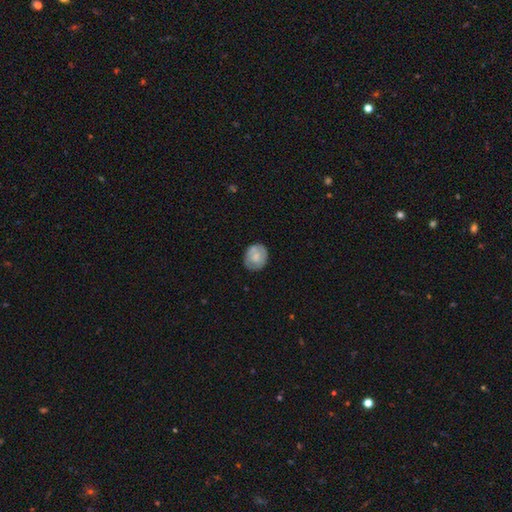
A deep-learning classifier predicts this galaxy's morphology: smooth_or_featured: smooth (p=0.59) [alt: featured or disk p=0.34]
how_rounded: round (p=0.72) [alt: in between p=0.27]
merging: none (p=0.74) [alt: minor disturbance p=0.19]